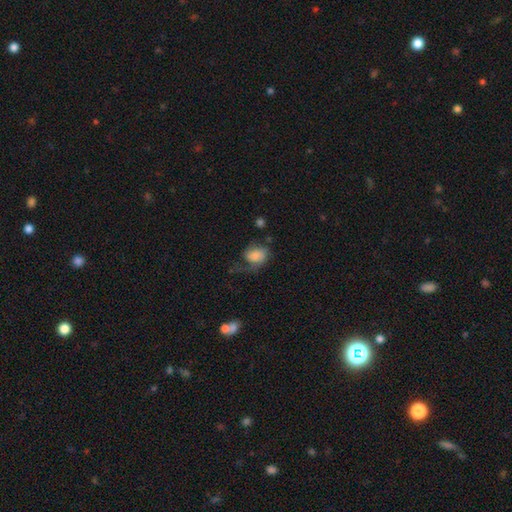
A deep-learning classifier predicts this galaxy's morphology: A smooth galaxy with no disk features (65%) that is in between round and cigar-shaped (64%).

Vote fractions:
- Smooth or featured? smooth: 65% / featured or disk: 27% / star or artifact: 9%
- How rounded? in between: 64% / round: 34% / cigar-shaped: 1%
- Merging? major disturbance: 38% / none: 33% / minor disturbance: 25% / merger: 4%